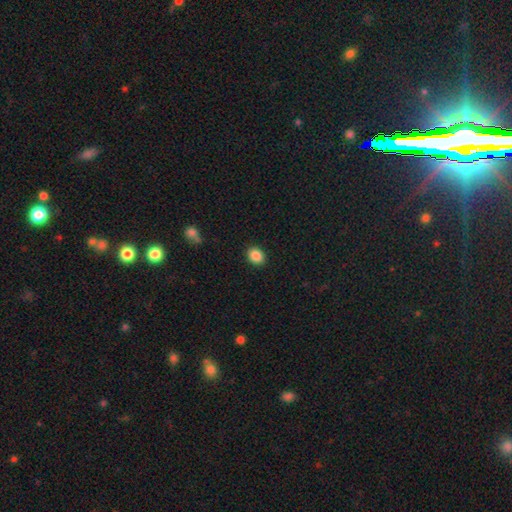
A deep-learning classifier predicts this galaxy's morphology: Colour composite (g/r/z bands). It shows a smooth galaxy with no disk features (88%) that is in between round and cigar-shaped (50%). Merging: none (90%).